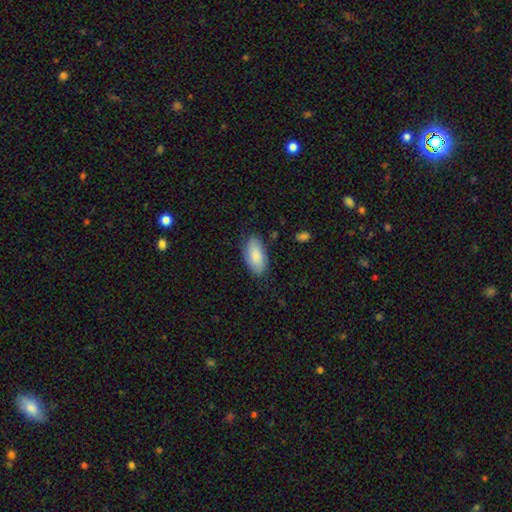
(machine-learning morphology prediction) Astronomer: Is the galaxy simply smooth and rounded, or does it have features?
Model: smooth — 86%.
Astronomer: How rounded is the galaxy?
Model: in between — 92%.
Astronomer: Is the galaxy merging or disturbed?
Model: none — 79%.